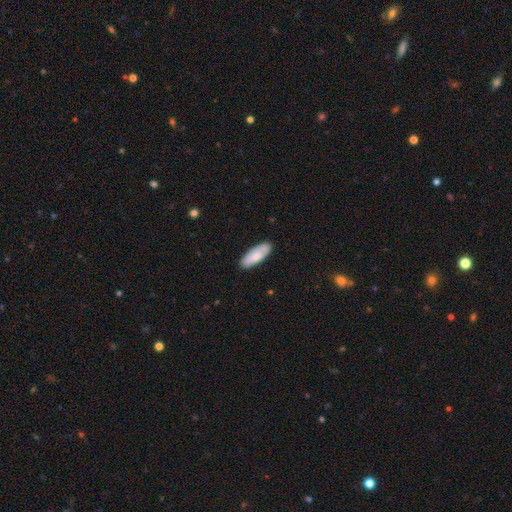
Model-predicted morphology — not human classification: Smooth or featured: smooth — 76% (featured or disk — 18%)
How rounded: in between — 68% (cigar-shaped — 30%)
Merging: none — 86% (minor disturbance — 11%)